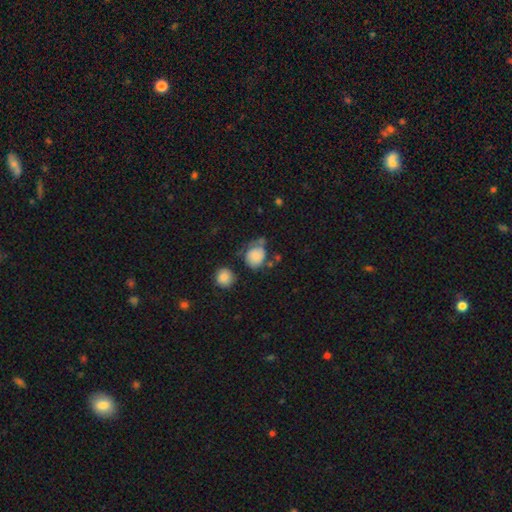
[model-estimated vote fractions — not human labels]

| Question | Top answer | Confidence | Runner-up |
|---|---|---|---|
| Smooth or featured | smooth | 77% | featured or disk (14%) |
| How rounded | round | 67% | in between (32%) |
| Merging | none | 42% | minor disturbance (30%) |